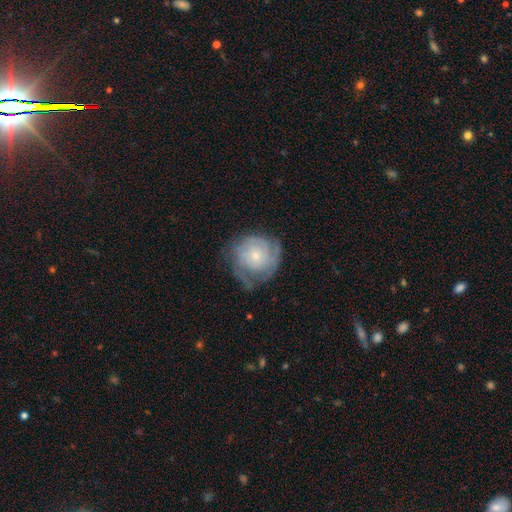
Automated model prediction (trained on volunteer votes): This appears to be a featured or disk galaxy (65%) with no bar (82%), tight (65%) spiral arms (84%) and a small central bulge (70%). Merging: none (61%).